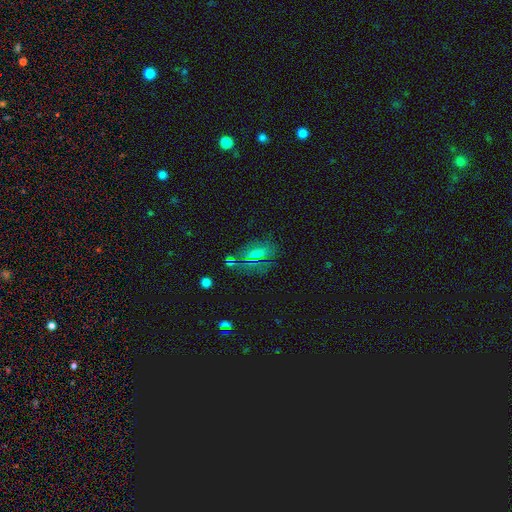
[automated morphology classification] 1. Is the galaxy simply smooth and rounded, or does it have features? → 51% smooth, 30% featured or disk, 19% star or artifact.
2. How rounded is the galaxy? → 76% in between, 17% round, 7% cigar-shaped.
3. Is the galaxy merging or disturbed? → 60% none, 21% minor disturbance, 13% major disturbance, 6% merger.